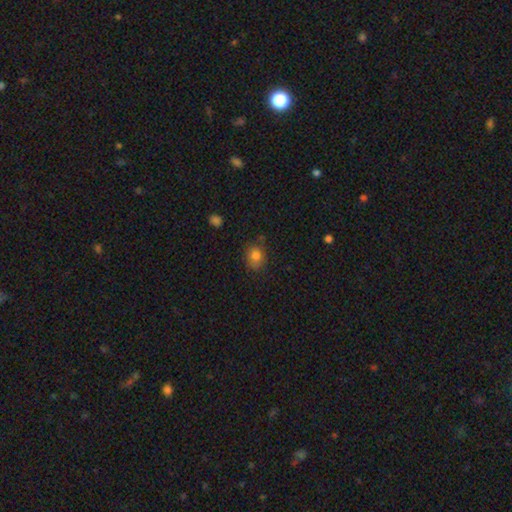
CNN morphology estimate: smooth 80%, star or artifact 11%, featured or disk 8%. Down the decision tree: how rounded — round (66%); merging — none (73%).